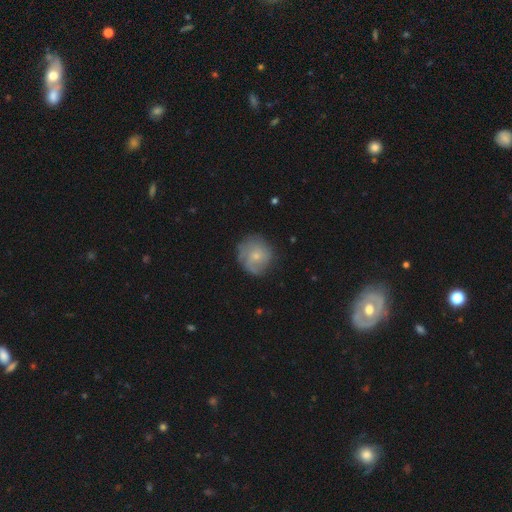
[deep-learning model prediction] smooth_or_featured: smooth (p=0.50) [alt: featured or disk p=0.42]
how_rounded: round (p=0.85) [alt: in between p=0.14]
merging: none (p=0.69) [alt: minor disturbance p=0.22]